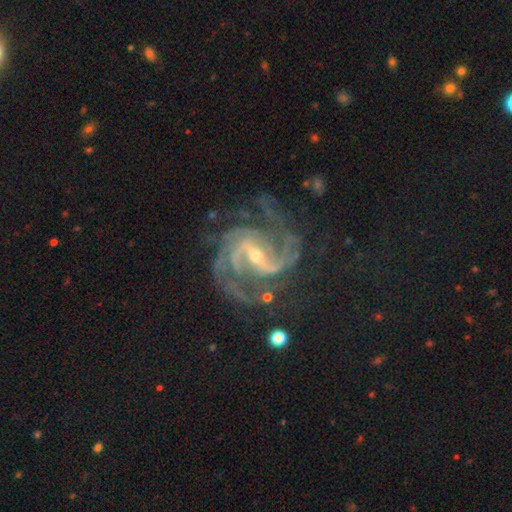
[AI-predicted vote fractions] Smooth or featured? featured or disk (92%)
Edge-on disk? no (98%)
Bar? strong (48%)
Spiral arms? yes (99%)
Spiral winding? medium (53%)
Spiral arm count? 2 (38%)
Bulge size? small (63%)
Merging? none (69%)